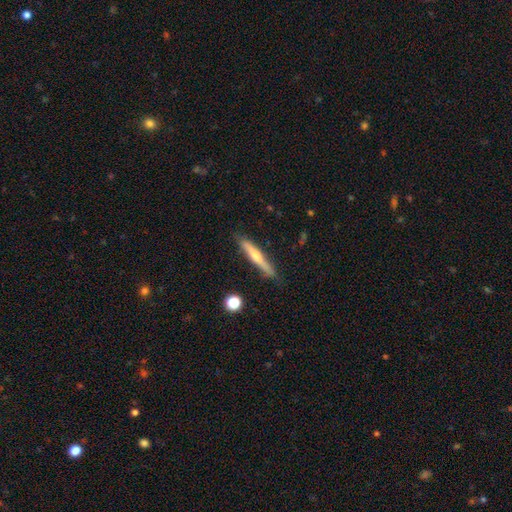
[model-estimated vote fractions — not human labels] This is possibly a smooth galaxy (49%). Merging: clearly none (83%).